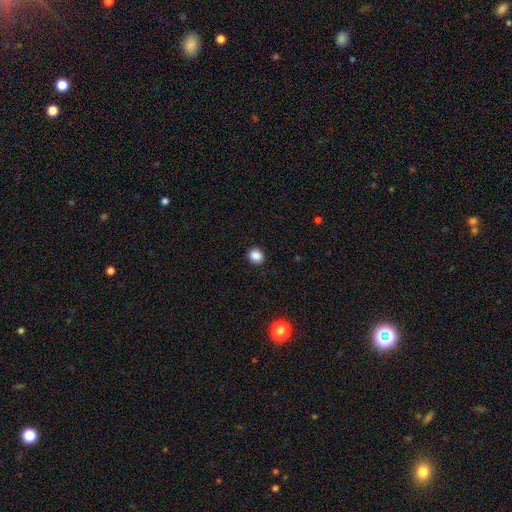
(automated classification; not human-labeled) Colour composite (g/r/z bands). It shows a smooth galaxy with no disk features (87%) that is round (83%). Merging: none (91%).